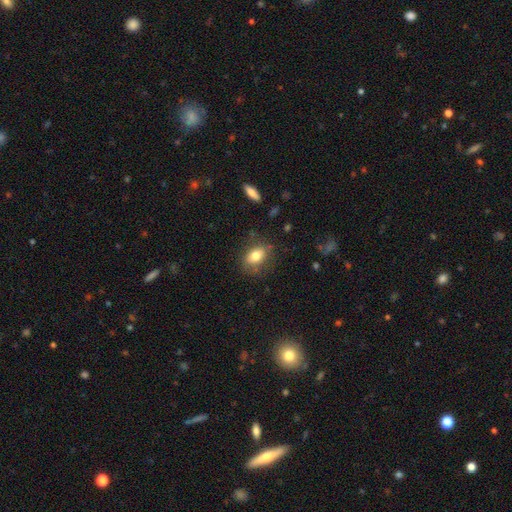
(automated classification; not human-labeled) This appears to be a smooth galaxy with no disk features (78%) that is in between round and cigar-shaped (79%). Merging: none (75%).